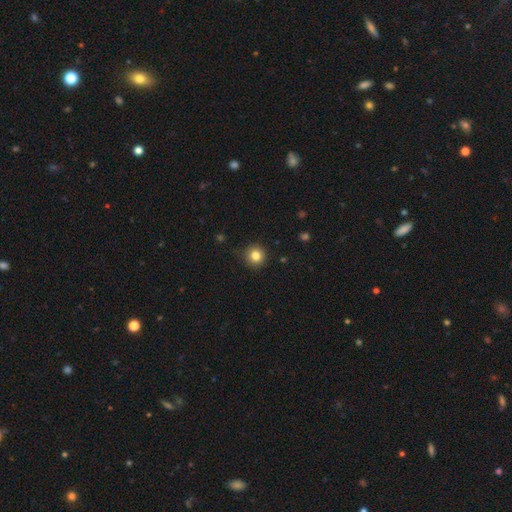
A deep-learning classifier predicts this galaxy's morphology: type=smooth (83%); roundness=round (94%); merging=none (89%).